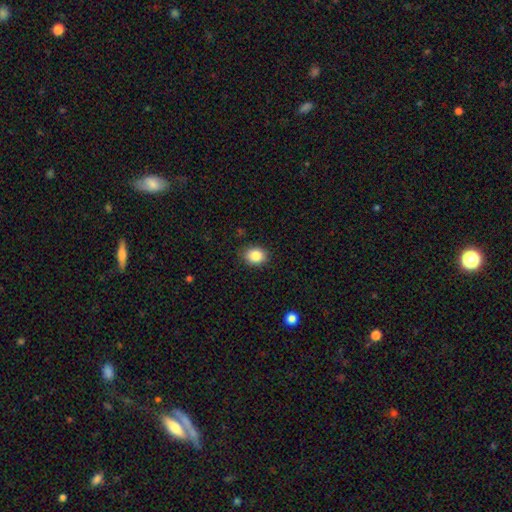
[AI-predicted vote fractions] A smooth galaxy with no disk features (87%) that is round (51%).

Vote fractions:
- Smooth or featured? smooth: 87% / star or artifact: 9% / featured or disk: 4%
- How rounded? round: 51% / in between: 48% / cigar-shaped: 1%
- Merging? none: 87% / minor disturbance: 9% / major disturbance: 2% / merger: 1%